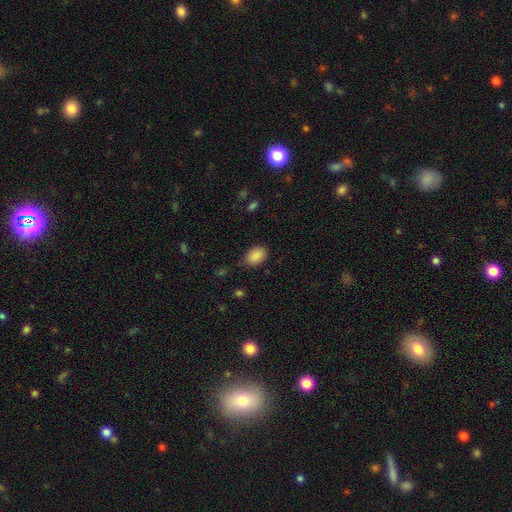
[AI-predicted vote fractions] Q: Smooth or featured?
A: smooth (89%); runner-up: star or artifact (8%)
Q: How rounded?
A: in between (79%); runner-up: round (20%)
Q: Merging?
A: none (75%); runner-up: minor disturbance (19%)